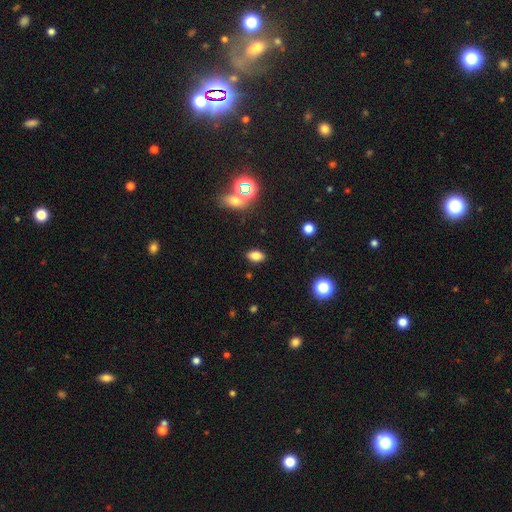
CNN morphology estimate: This is clearly a smooth galaxy (80%). How rounded: clearly in between (87%). Merging: clearly none (87%).